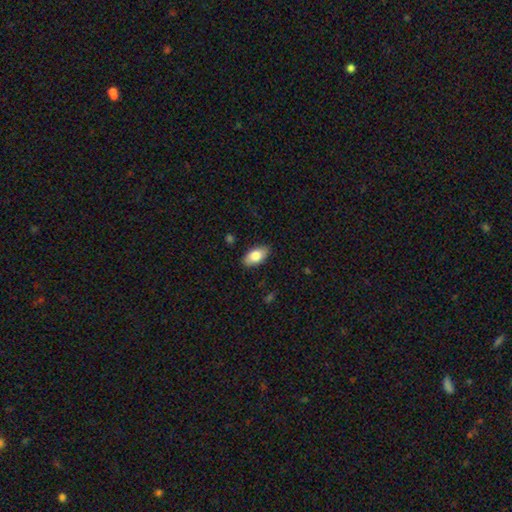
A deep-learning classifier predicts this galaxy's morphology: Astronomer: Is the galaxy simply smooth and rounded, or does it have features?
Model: smooth — 80%.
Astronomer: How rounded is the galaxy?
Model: in between — 93%.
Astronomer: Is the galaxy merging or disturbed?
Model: none — 87%.